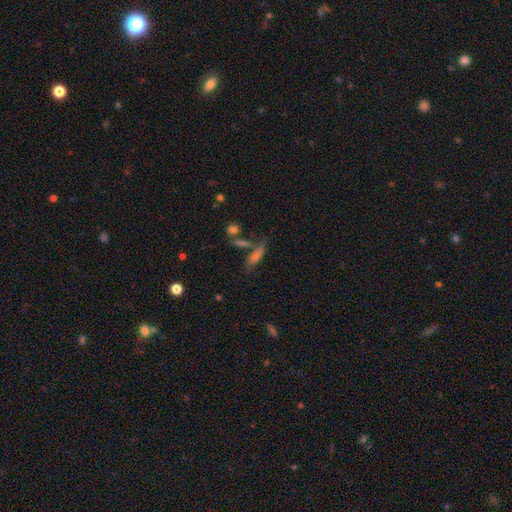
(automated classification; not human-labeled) A smooth galaxy with no disk features (55%) that is cigar-shaped (67%).

Vote fractions:
- Smooth or featured? smooth: 55% / featured or disk: 30% / star or artifact: 15%
- How rounded? cigar-shaped: 67% / in between: 29% / round: 4%
- Merging? none: 59% / merger: 17% / minor disturbance: 16% / major disturbance: 8%